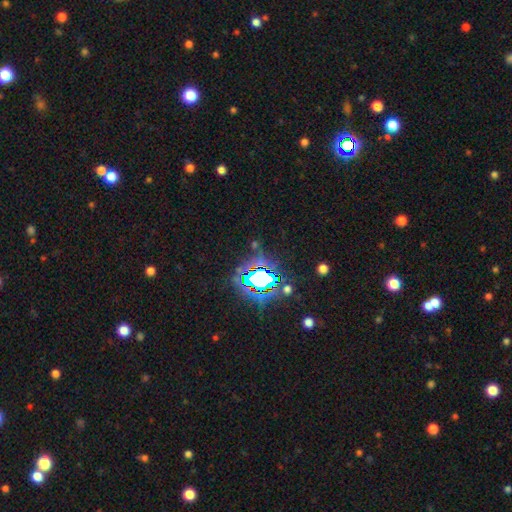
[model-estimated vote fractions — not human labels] A star or artifact, not a galaxy (82%).

Vote fractions:
- Smooth or featured? star or artifact: 82% / smooth: 11% / featured or disk: 7%